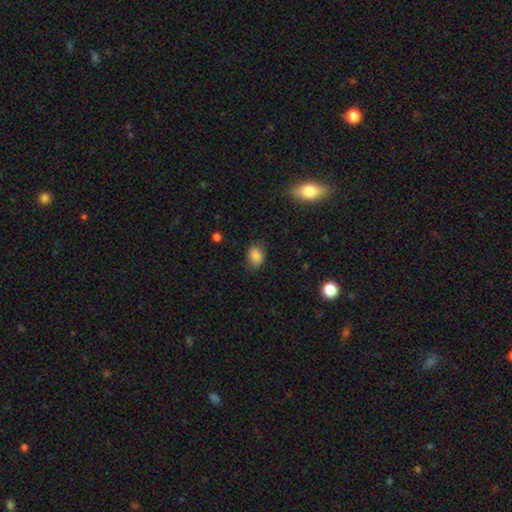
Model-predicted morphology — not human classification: The model was most divided on "merging": none: 73%, minor disturbance: 21%, major disturbance: 5%, merger: 1%. More confident: smooth or featured — smooth (85%); how rounded — in between (77%).